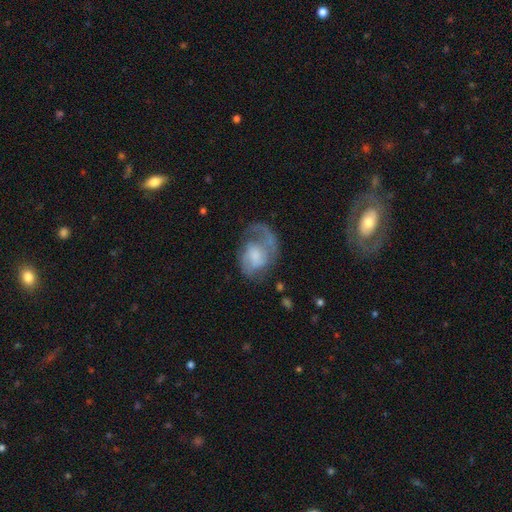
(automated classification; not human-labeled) Smooth or featured? featured or disk (71%)
Edge-on disk? no (97%)
Bar? no (57%)
Spiral arms? yes (87%)
Spiral winding? medium (45%)
Spiral arm count? 1 (45%)
Bulge size? moderate (34%)
Merging? none (44%)